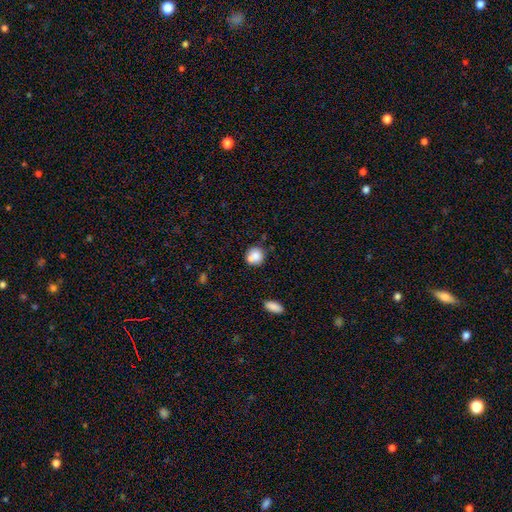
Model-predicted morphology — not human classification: smooth-or-featured: smooth: 81% | star or artifact: 10% | featured or disk: 9%
  how-rounded: round: 80% | in between: 19% | cigar-shaped: 1%
  merging: none: 59% | minor disturbance: 18% | merger: 17% | major disturbance: 5%